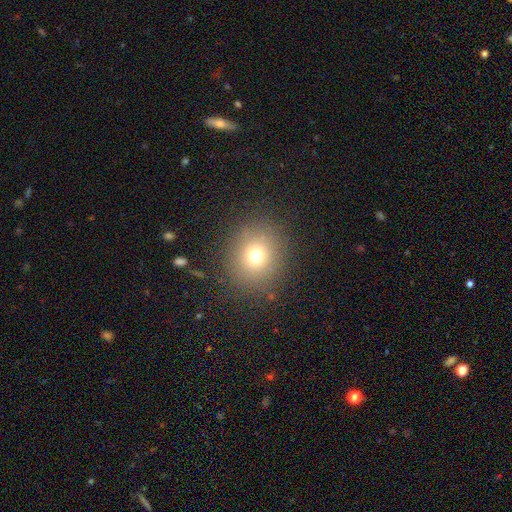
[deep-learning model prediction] Morphology: type=smooth (72%); roundness=round (86%); merging=none (87%).